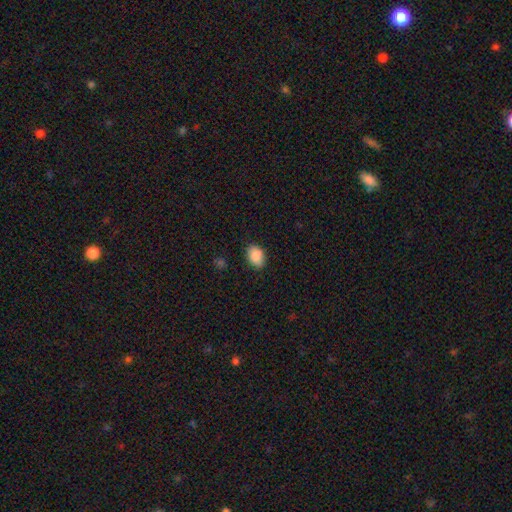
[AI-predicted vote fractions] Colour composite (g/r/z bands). It shows a smooth galaxy with no disk features (89%) that is in between round and cigar-shaped (80%). Merging: none (84%).